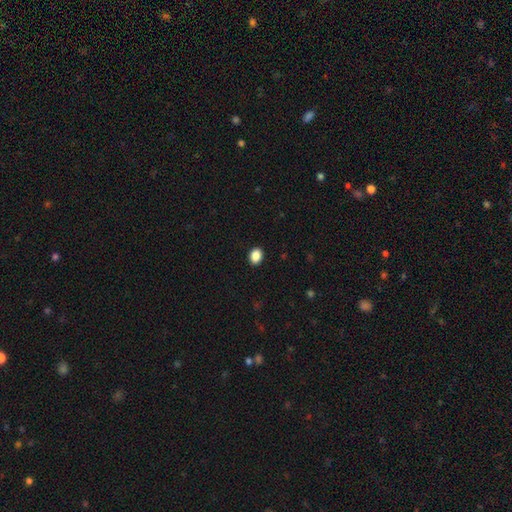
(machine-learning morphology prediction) smooth-or-featured: smooth: 89% | star or artifact: 8% | featured or disk: 3%
  how-rounded: in between: 62% | round: 37% | cigar-shaped: 1%
  merging: none: 91% | minor disturbance: 6% | major disturbance: 2% | merger: 1%